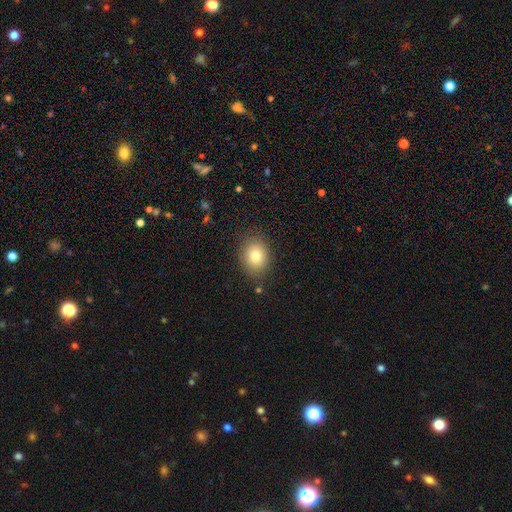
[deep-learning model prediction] This appears to be a smooth galaxy with no disk features (80%) that is round (53%). Merging: none (83%).